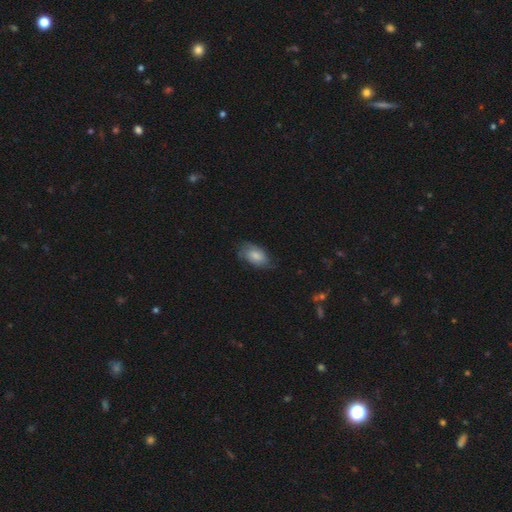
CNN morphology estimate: A smooth galaxy with no disk features (66%) that is in between round and cigar-shaped (91%).

Vote fractions:
- Smooth or featured? smooth: 66% / featured or disk: 26% / star or artifact: 7%
- How rounded? in between: 91% / round: 7% / cigar-shaped: 2%
- Merging? none: 64% / minor disturbance: 27% / major disturbance: 8% / merger: 1%